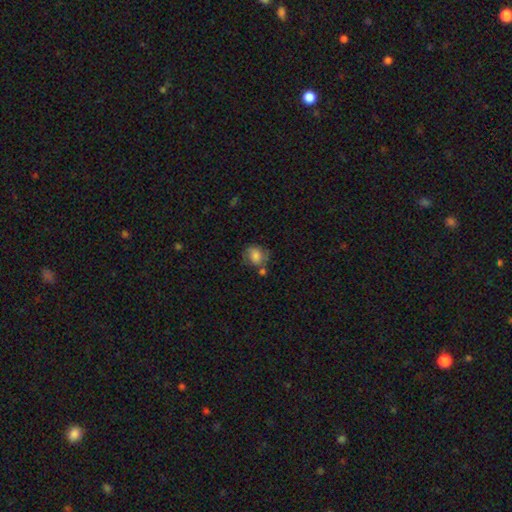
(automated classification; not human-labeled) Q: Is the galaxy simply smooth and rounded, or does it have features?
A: smooth — 74%.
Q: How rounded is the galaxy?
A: round — 58%.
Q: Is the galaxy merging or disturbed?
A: none — 55%.